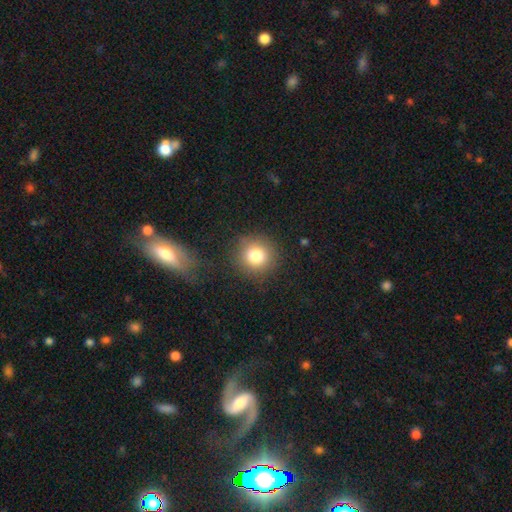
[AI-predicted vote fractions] This is clearly a smooth galaxy (81%). How rounded: clearly round (93%). Merging: clearly none (85%).